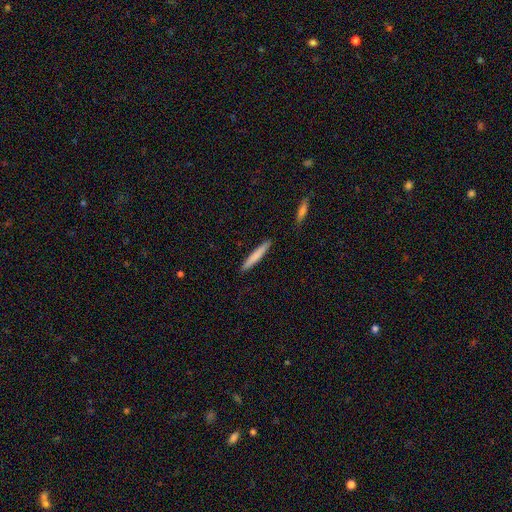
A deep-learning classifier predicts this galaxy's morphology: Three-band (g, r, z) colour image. It shows a smooth galaxy with no disk features (76%) that is cigar-shaped (95%). Merging: none (90%).